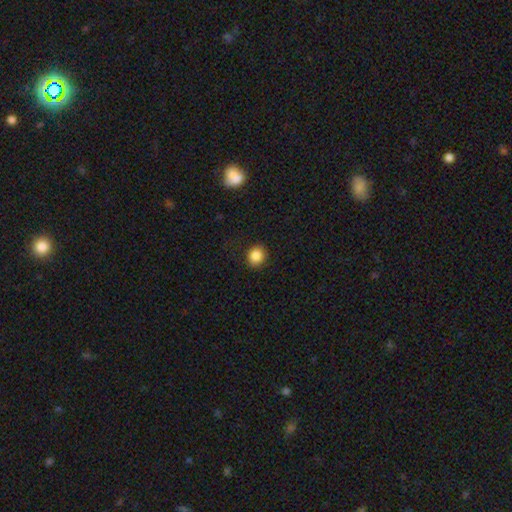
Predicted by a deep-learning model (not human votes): Overall: smooth (87%). How rounded: round (77%). Merging: none (87%).